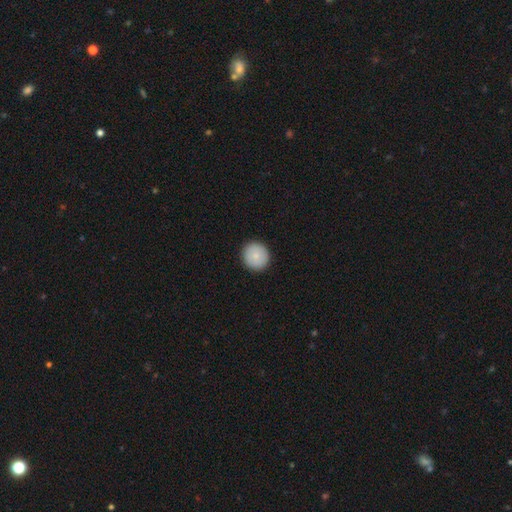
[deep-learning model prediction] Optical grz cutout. It shows a smooth galaxy with no disk features (84%) that is round (92%). Merging: none (92%).